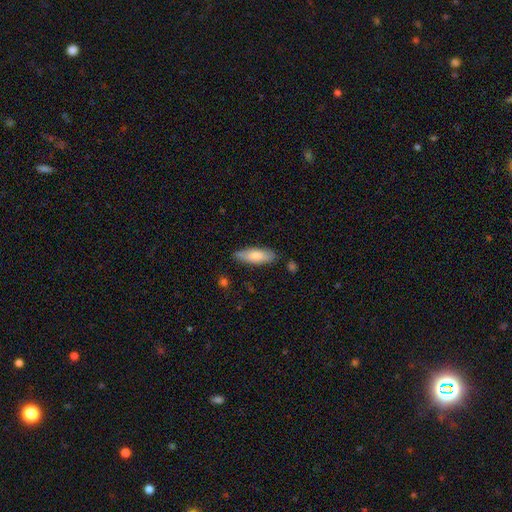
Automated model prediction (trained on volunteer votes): Overall: smooth (75%). How rounded: in between (59%; cigar-shaped 39%). Merging: none (80%).